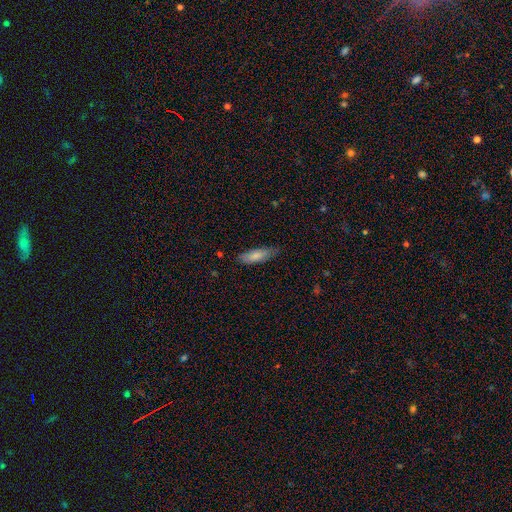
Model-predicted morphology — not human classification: A smooth galaxy with no disk features (81%) that is in between round and cigar-shaped (60%).

Vote fractions:
- Smooth or featured? smooth: 81% / featured or disk: 14% / star or artifact: 6%
- How rounded? in between: 60% / cigar-shaped: 39% / round: 2%
- Merging? none: 71% / minor disturbance: 24% / major disturbance: 4% / merger: 1%